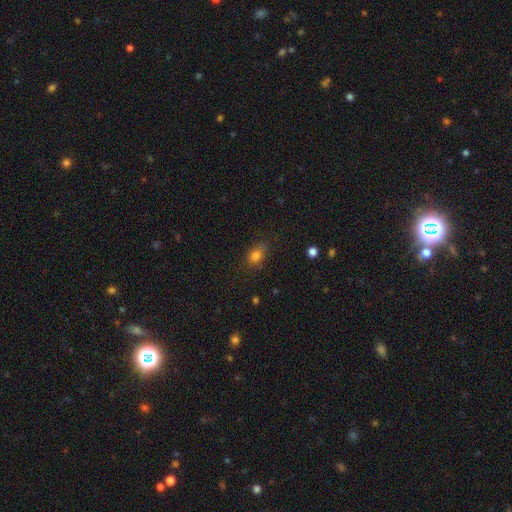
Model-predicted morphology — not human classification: Overall: smooth (80%). How rounded: in between (72%). Merging: none (74%).